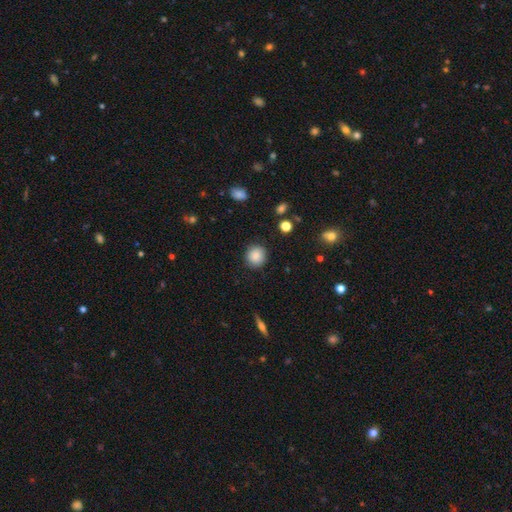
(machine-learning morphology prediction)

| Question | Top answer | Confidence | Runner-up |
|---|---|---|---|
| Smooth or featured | smooth | 87% | star or artifact (9%) |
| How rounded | round | 89% | in between (10%) |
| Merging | none | 89% | minor disturbance (7%) |